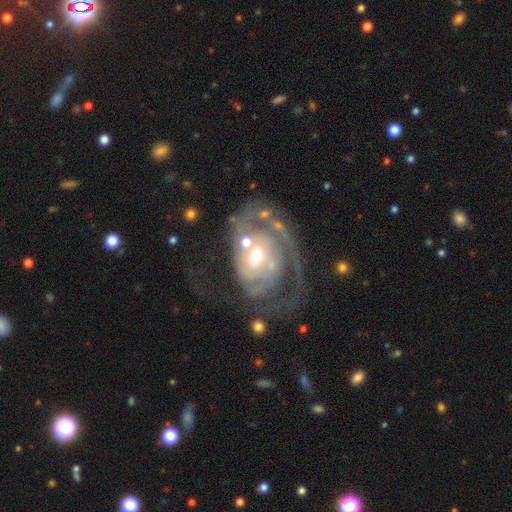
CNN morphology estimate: A featured or disk galaxy (84%) with no bar (63%), 2 (36%) tight (47%) spiral arms (88%) and a moderate central bulge (62%). Merging: major disturbance (37%).